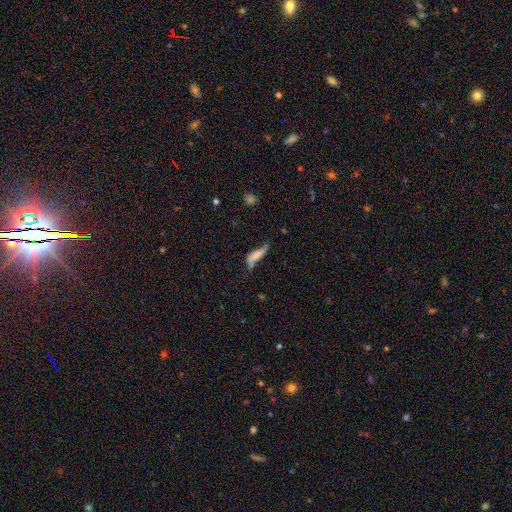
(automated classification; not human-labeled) This is possibly a smooth galaxy (57%). How rounded: possibly cigar-shaped (55%). Merging: marginally none (35%).